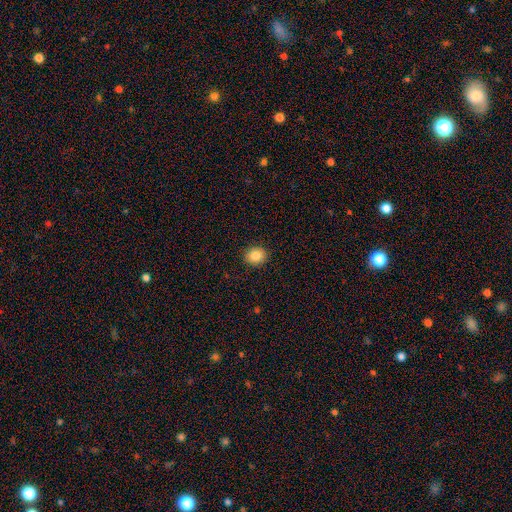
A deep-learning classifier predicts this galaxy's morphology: Smooth or featured: smooth — 85% (star or artifact — 9%)
How rounded: round — 70% (in between — 30%)
Merging: none — 91% (minor disturbance — 6%)